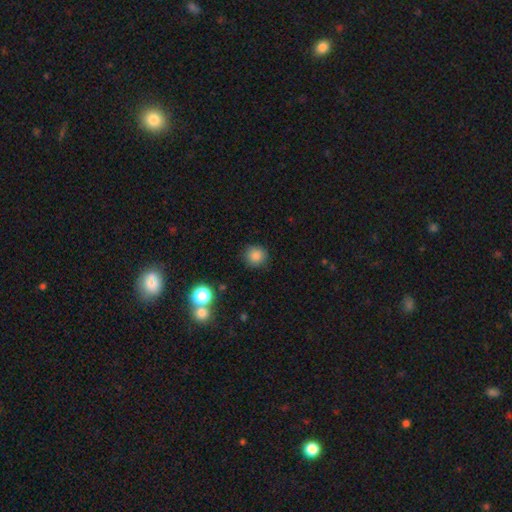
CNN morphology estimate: Smooth or featured? smooth (84%)
How rounded? round (92%)
Merging? none (88%)